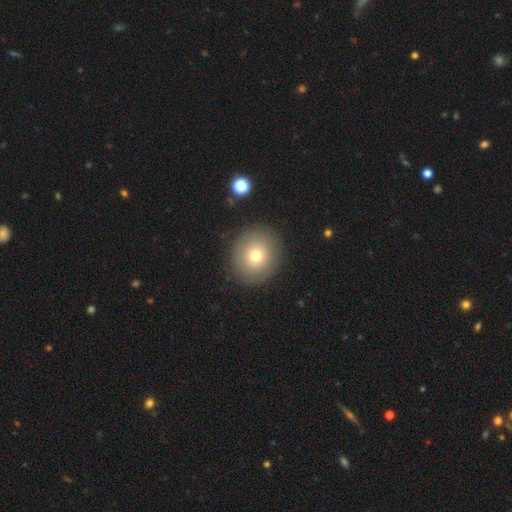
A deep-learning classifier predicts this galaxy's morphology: type=smooth (71%); roundness=round (83%); merging=none (87%).